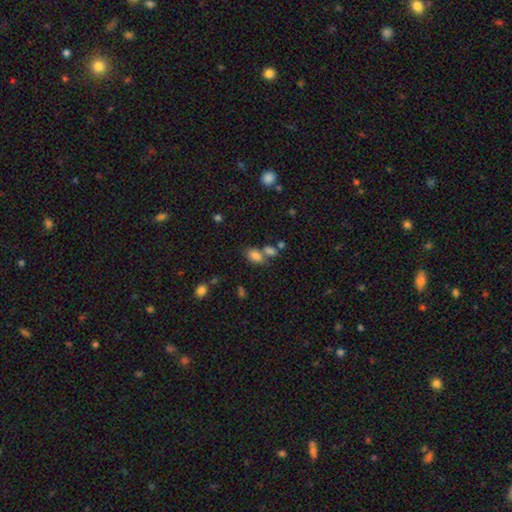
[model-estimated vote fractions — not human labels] The model was most divided on "merging": none: 47%, merger: 35%, minor disturbance: 12%, major disturbance: 5%. More confident: how rounded — in between (86%); smooth or featured — smooth (81%).